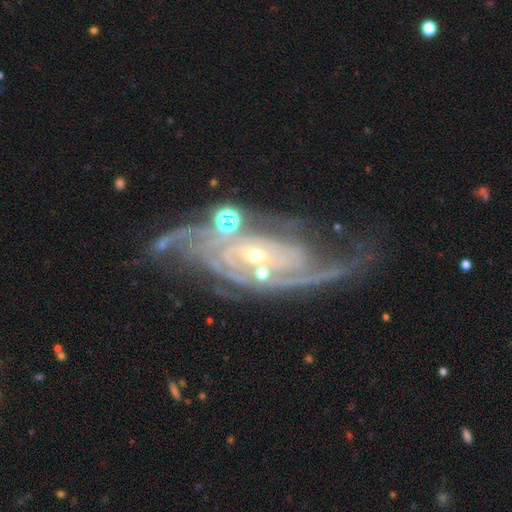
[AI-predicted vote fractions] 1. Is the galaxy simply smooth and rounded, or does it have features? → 90% featured or disk, 6% star or artifact, 3% smooth.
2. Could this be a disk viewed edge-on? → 95% no, 5% yes.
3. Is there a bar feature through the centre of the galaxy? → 55% no, 29% weak, 16% strong.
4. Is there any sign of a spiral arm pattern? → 98% yes, 2% no.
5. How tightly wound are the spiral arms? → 55% tight, 36% medium, 9% loose.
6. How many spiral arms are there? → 32% 2, 23% 3, 18% can't tell, 12% 4, 8% more than 4, 7% 1.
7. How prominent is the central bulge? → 74% small, 21% moderate, 2% none, 2% large, 1% dominant.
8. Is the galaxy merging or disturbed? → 59% none, 19% minor disturbance, 13% major disturbance, 9% merger.